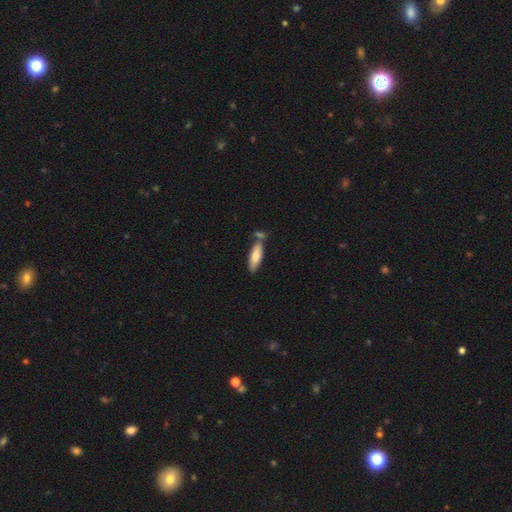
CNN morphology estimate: The model was most divided on "how rounded": in between: 56%, cigar-shaped: 43%, round: 2%. More confident: smooth or featured — smooth (79%); merging — none (62%).